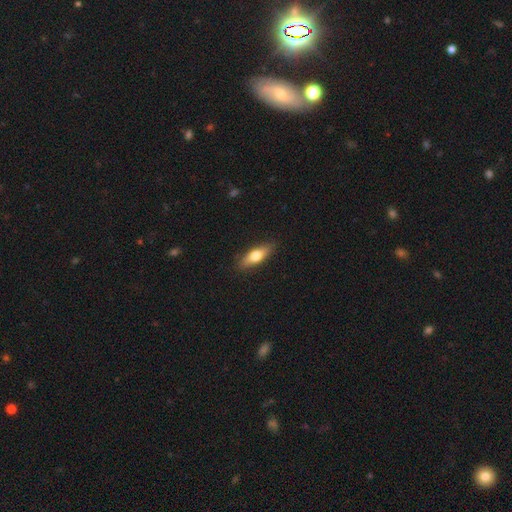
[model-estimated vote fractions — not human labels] This appears to be a smooth galaxy with no disk features (63%) that is in between round and cigar-shaped (53%). Merging: none (87%).